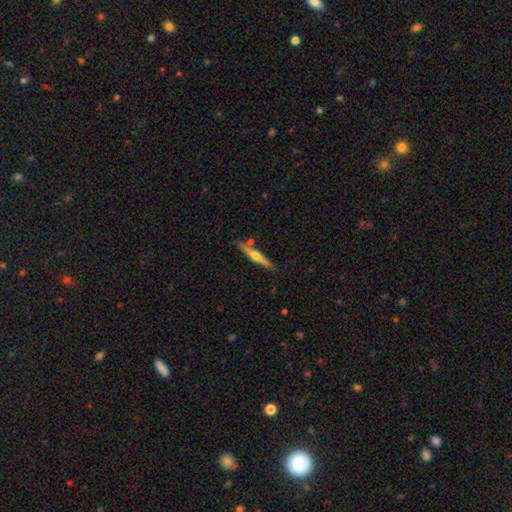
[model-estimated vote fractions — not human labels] A featured or disk galaxy (65%) viewed edge-on (97%) with a rounded central bulge (90%). Merging: none (81%).